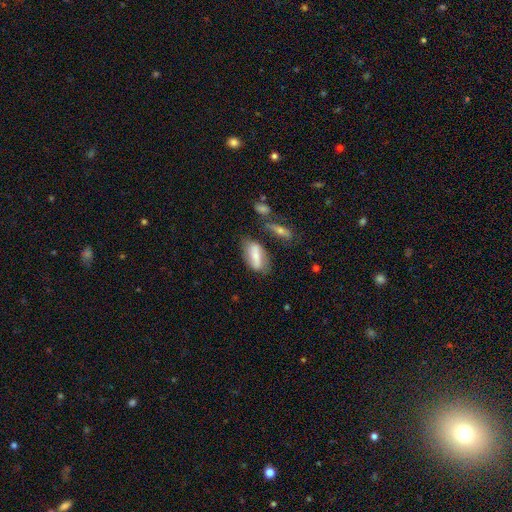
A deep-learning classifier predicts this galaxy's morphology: smooth_or_featured: smooth (p=0.56) [alt: featured or disk p=0.37]
how_rounded: in between (p=0.81) [alt: cigar-shaped p=0.15]
merging: none (p=0.60) [alt: minor disturbance p=0.22]